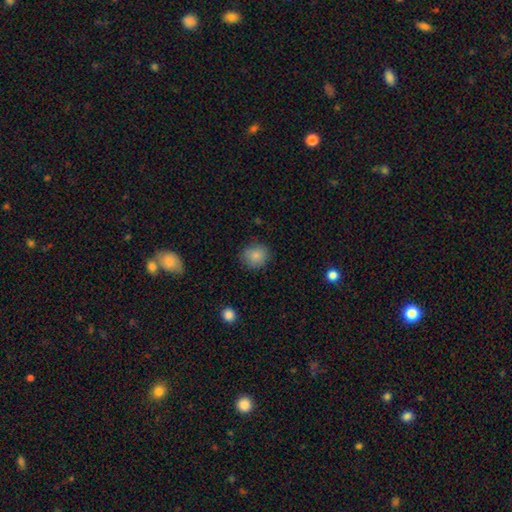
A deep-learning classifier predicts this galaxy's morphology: Q: Smooth or featured?
A: smooth (85%); runner-up: star or artifact (9%)
Q: How rounded?
A: round (80%); runner-up: in between (19%)
Q: Merging?
A: none (83%); runner-up: minor disturbance (12%)